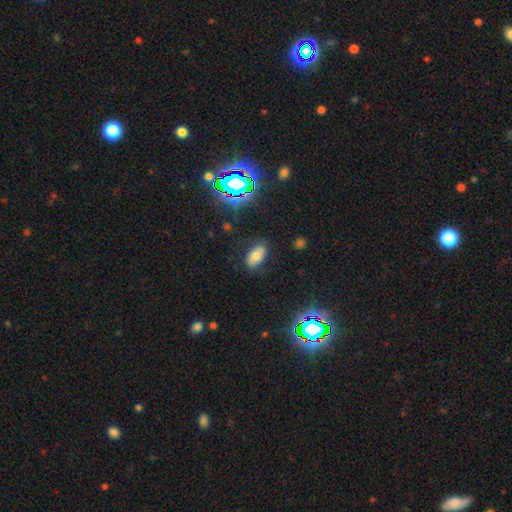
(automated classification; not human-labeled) Overall: smooth (64%). How rounded: in between (91%). Merging: none (78%).